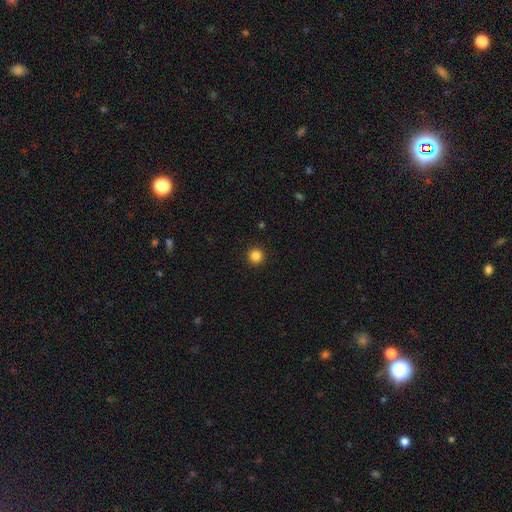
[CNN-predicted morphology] A smooth galaxy with no disk features (85%) that is round (96%).

Vote fractions:
- Smooth or featured? smooth: 85% / star or artifact: 11% / featured or disk: 3%
- How rounded? round: 96% / in between: 3% / cigar-shaped: 1%
- Merging? none: 93% / minor disturbance: 4% / major disturbance: 2% / merger: 1%